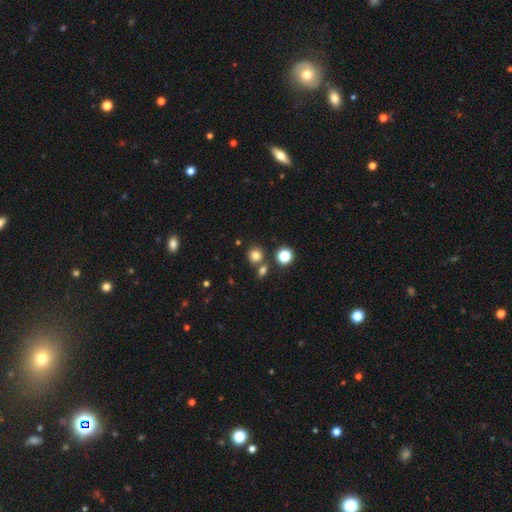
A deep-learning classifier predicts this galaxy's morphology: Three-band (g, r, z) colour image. It shows a smooth galaxy with no disk features (78%) that is round (87%). Merging: none (71%).